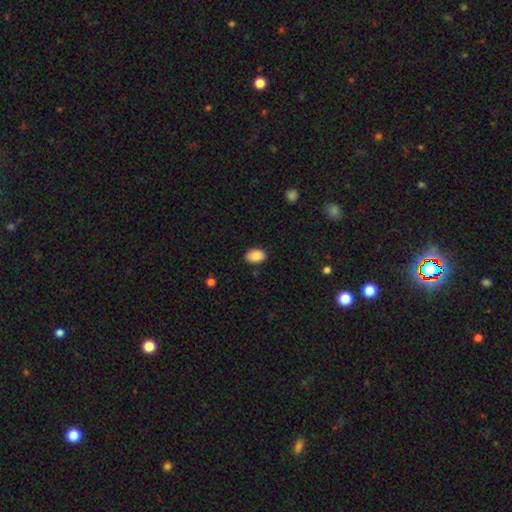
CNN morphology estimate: type=smooth (87%); roundness=in between (84%); merging=none (86%).